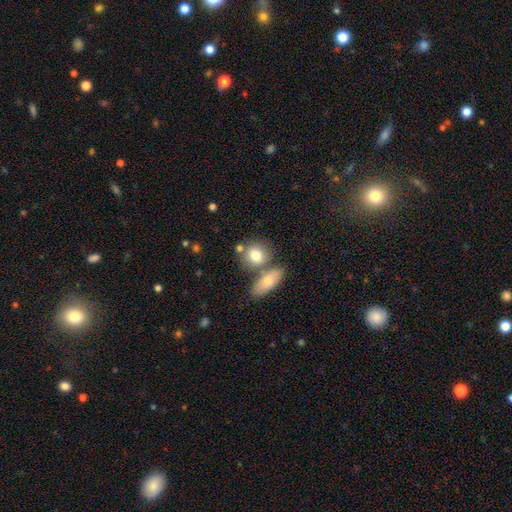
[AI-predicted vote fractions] smooth 77%, featured or disk 16%, star or artifact 8%. Down the decision tree: how rounded — round (63%); merging — none (51%).